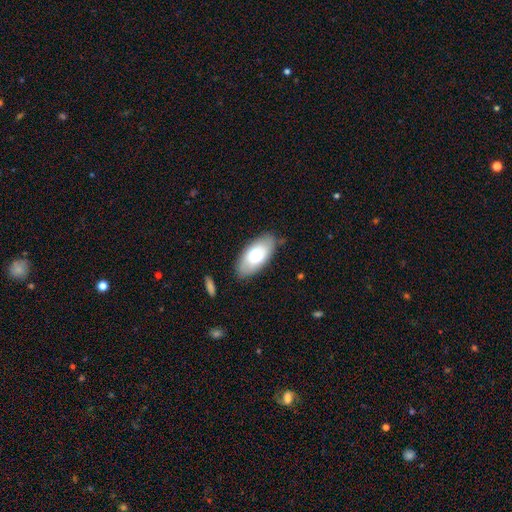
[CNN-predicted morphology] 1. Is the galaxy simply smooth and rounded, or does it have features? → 68% smooth, 26% featured or disk, 6% star or artifact.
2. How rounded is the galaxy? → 92% in between, 5% cigar-shaped, 3% round.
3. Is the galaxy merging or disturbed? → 82% none, 13% minor disturbance, 3% major disturbance, 2% merger.